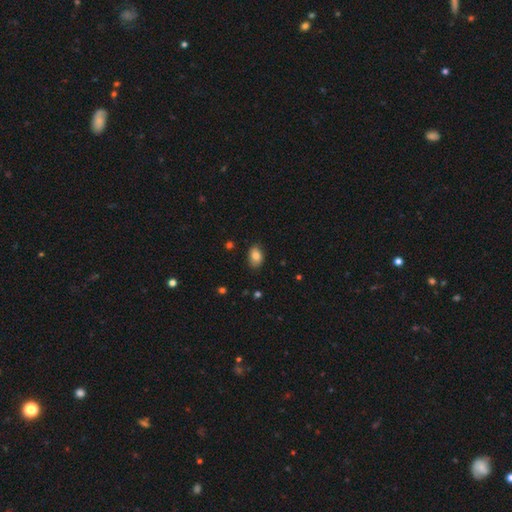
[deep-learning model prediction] This is clearly a smooth galaxy (84%). How rounded: clearly in between (84%). Merging: clearly none (83%).